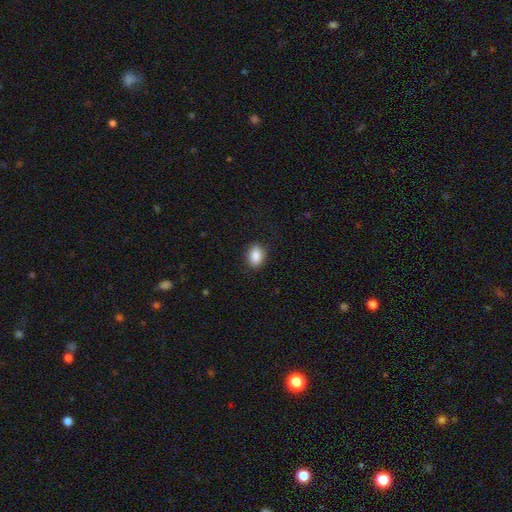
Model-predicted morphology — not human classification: This is clearly a smooth galaxy (88%). How rounded: likely in between (77%). Merging: clearly none (87%).